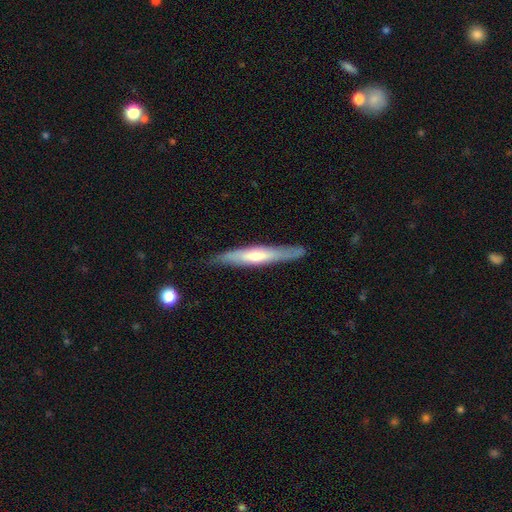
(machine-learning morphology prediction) featured or disk 54%, smooth 40%, star or artifact 6%. Down the decision tree: edge-on disk — yes (85%); merging — none (83%).